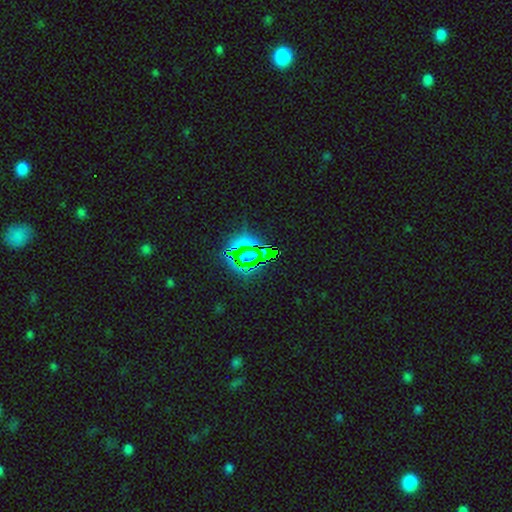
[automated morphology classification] Smooth or featured: star or artifact — 76% (smooth — 14%)